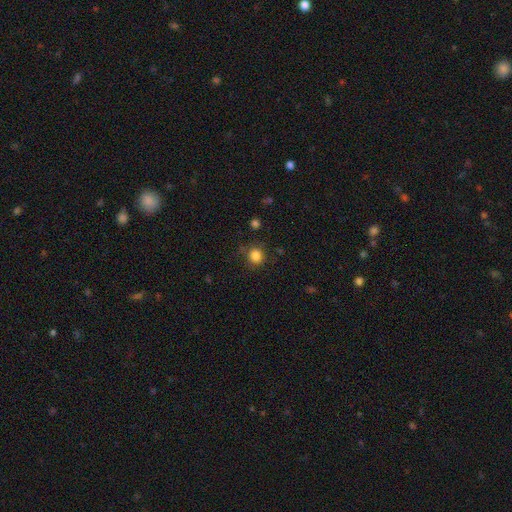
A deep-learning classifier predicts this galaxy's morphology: A smooth galaxy with no disk features (84%) that is round (88%).

Vote fractions:
- Smooth or featured? smooth: 84% / star or artifact: 12% / featured or disk: 4%
- How rounded? round: 88% / in between: 11% / cigar-shaped: 1%
- Merging? none: 81% / minor disturbance: 12% / major disturbance: 4% / merger: 3%